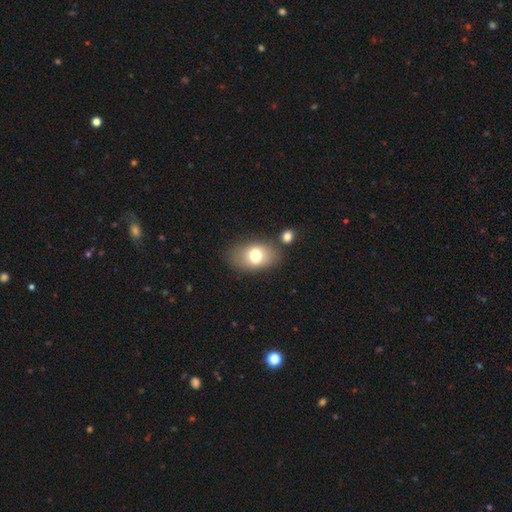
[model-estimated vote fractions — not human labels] Q: Smooth or featured?
A: smooth (72%); runner-up: featured or disk (19%)
Q: How rounded?
A: in between (84%); runner-up: round (14%)
Q: Merging?
A: none (73%); runner-up: minor disturbance (14%)